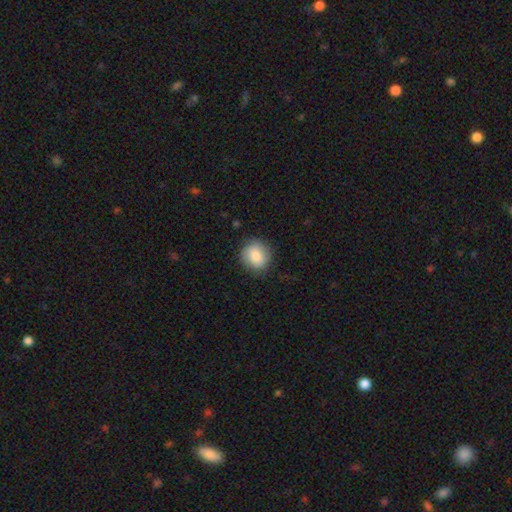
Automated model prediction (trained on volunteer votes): Smooth or featured: smooth — 83% (featured or disk — 9%)
How rounded: round — 80% (in between — 19%)
Merging: none — 83% (minor disturbance — 13%)